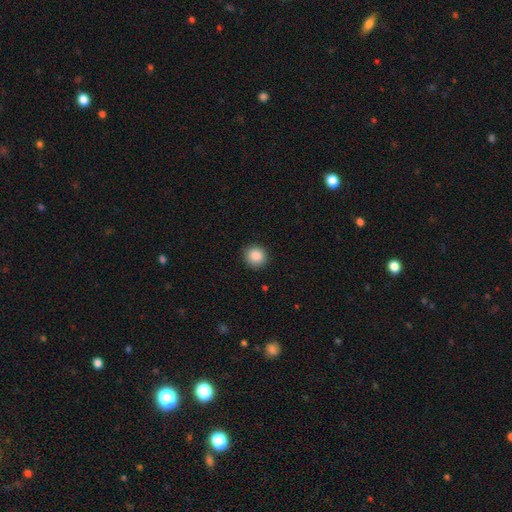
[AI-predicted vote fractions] Morphology: type=smooth (88%); roundness=round (92%); merging=none (90%).